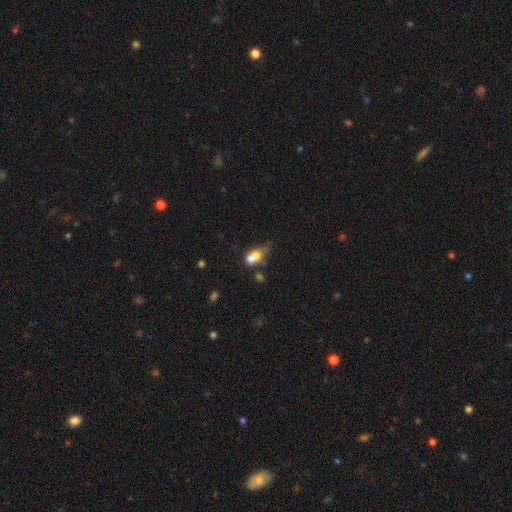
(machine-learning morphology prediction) type=smooth (66%); roundness=in between (60%); merging=merger (56%).